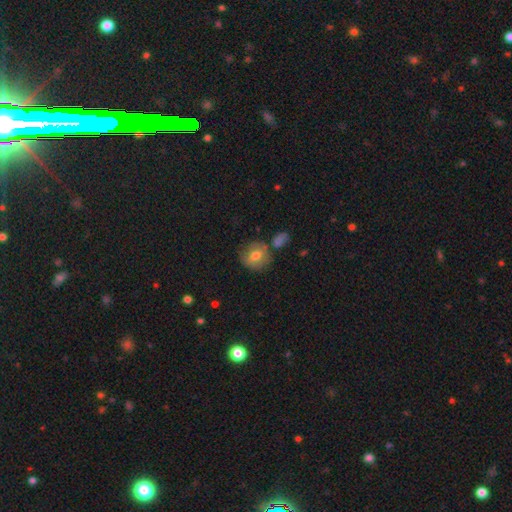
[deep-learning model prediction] smooth-or-featured: smooth: 69% | featured or disk: 22% | star or artifact: 8%
  how-rounded: round: 78% | in between: 21% | cigar-shaped: 1%
  merging: none: 65% | minor disturbance: 18% | merger: 11% | major disturbance: 6%